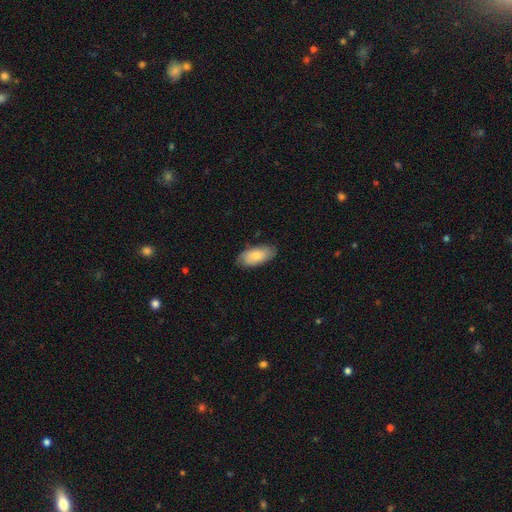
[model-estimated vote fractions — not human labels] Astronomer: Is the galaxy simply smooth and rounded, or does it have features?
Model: smooth — 68%.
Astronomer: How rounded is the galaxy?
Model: in between — 91%.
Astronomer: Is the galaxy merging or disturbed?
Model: none — 80%.